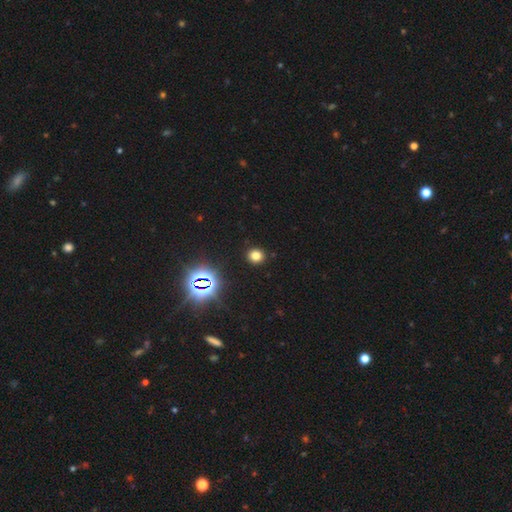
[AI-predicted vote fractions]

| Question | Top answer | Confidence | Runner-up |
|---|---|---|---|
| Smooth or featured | smooth | 73% | star or artifact (21%) |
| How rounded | round | 86% | in between (13%) |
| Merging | none | 91% | minor disturbance (5%) |